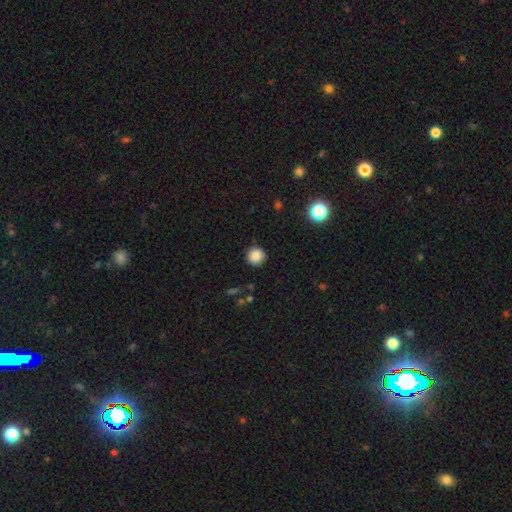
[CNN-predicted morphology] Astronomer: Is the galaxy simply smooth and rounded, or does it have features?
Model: smooth — 86%.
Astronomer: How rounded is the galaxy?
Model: round — 94%.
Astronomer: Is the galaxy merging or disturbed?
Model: none — 90%.